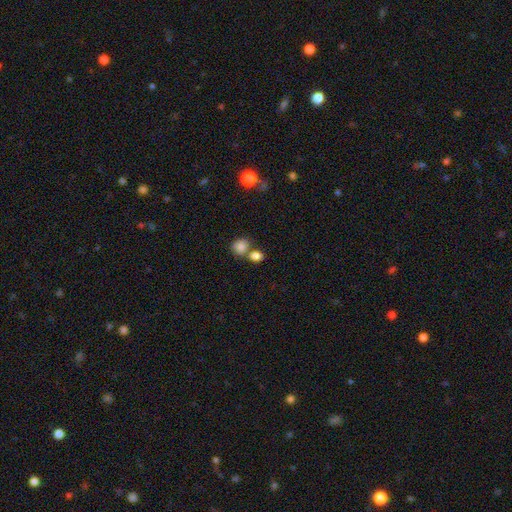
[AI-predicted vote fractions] This appears to be a smooth galaxy with no disk features (83%) that is round (52%). Merging: none (47%).